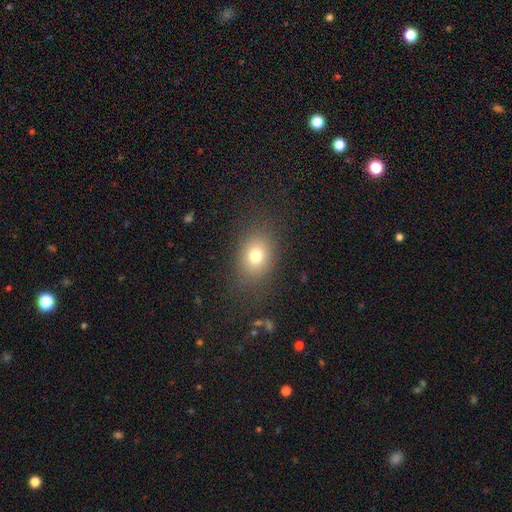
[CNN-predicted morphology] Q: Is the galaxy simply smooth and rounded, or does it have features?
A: smooth — 74%.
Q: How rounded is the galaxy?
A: in between — 60%.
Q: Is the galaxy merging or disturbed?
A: none — 82%.